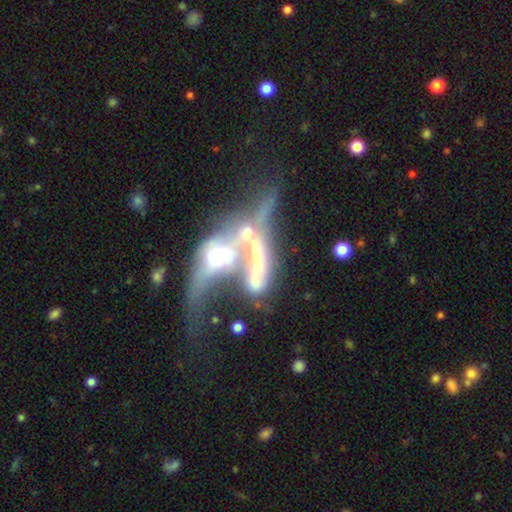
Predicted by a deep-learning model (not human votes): Q: Smooth or featured?
A: featured or disk (65%); runner-up: smooth (23%)
Q: Edge-on disk?
A: no (66%); runner-up: yes (34%)
Q: Merging?
A: merger (70%); runner-up: major disturbance (16%)